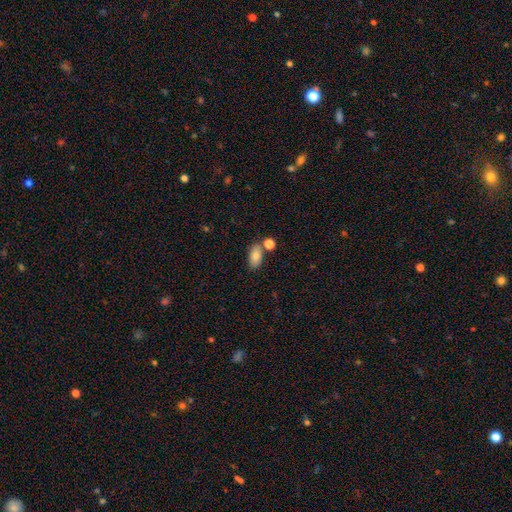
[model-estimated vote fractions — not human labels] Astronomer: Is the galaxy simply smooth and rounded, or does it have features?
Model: smooth — 82%.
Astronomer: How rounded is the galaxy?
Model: in between — 90%.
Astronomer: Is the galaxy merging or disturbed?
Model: none — 70%.